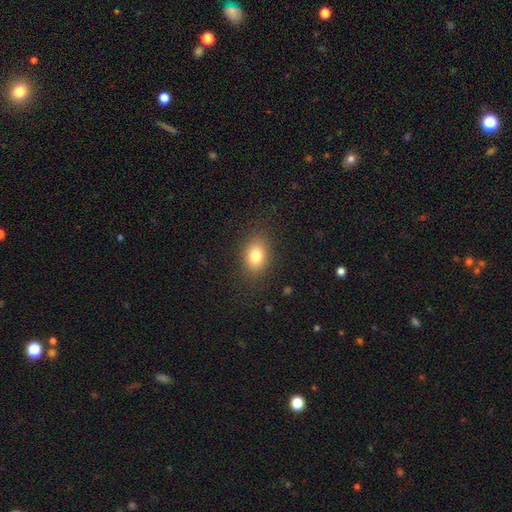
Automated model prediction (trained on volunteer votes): A smooth galaxy with no disk features (80%) that is in between round and cigar-shaped (74%).

Vote fractions:
- Smooth or featured? smooth: 80% / star or artifact: 10% / featured or disk: 10%
- How rounded? in between: 74% / round: 24% / cigar-shaped: 1%
- Merging? none: 85% / minor disturbance: 10% / major disturbance: 4% / merger: 1%